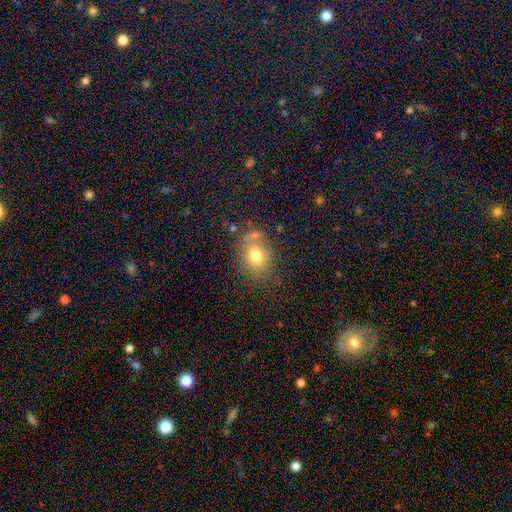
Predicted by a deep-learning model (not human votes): Smooth or featured? smooth (73%)
How rounded? in between (51%)
Merging? none (59%)